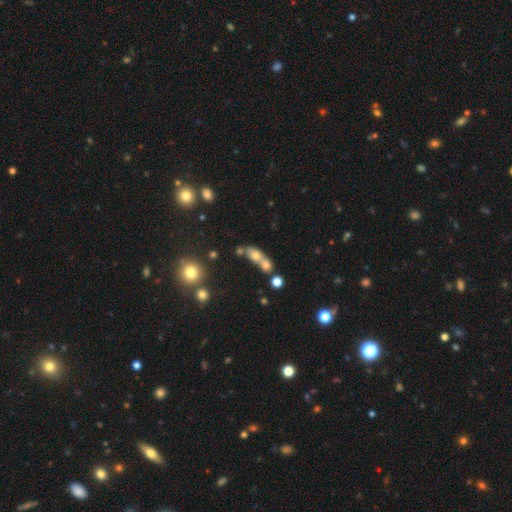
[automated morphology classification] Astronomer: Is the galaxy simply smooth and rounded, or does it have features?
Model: smooth — 61%.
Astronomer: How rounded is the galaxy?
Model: in between — 58%.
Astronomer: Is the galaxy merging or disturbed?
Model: merger — 55% (runner-up: none, 30%).